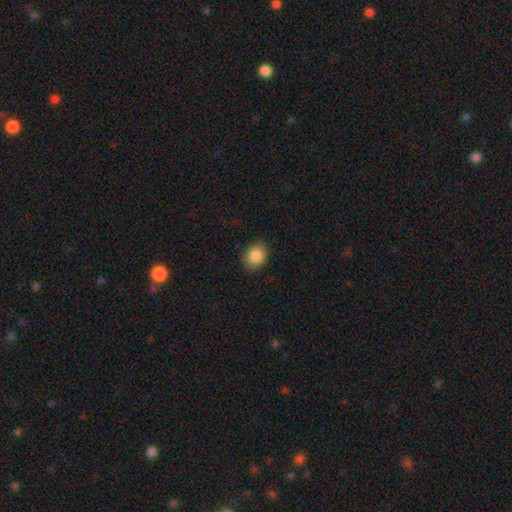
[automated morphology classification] smooth_or_featured: smooth (p=0.86) [alt: star or artifact p=0.09]
how_rounded: round (p=0.57) [alt: in between p=0.42]
merging: none (p=0.87) [alt: minor disturbance p=0.10]